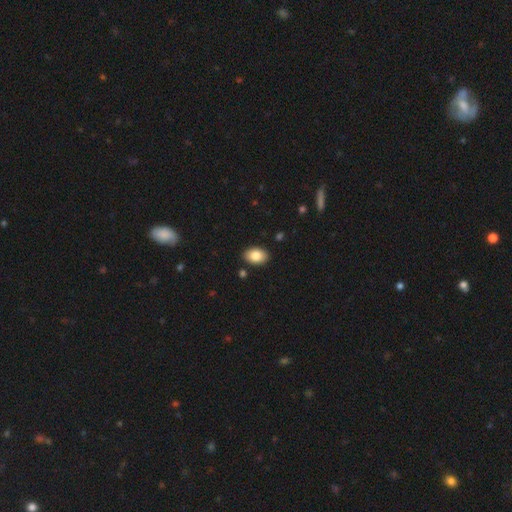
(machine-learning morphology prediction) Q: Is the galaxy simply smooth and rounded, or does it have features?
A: smooth — 84%.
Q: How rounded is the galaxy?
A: in between — 87%.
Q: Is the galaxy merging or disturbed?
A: none — 88%.